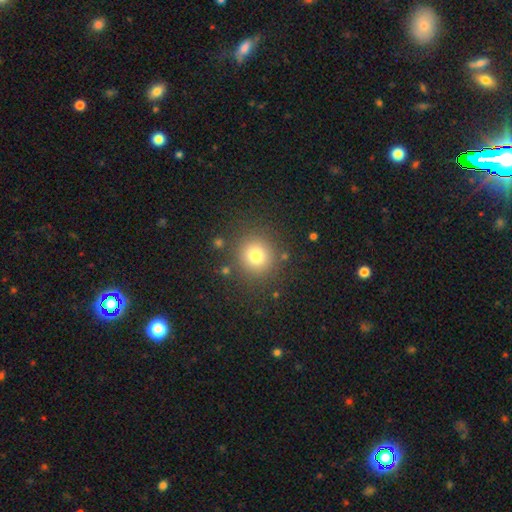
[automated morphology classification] smooth_or_featured: smooth (p=0.77) [alt: star or artifact p=0.14]
how_rounded: round (p=0.93) [alt: in between p=0.06]
merging: none (p=0.86) [alt: minor disturbance p=0.07]